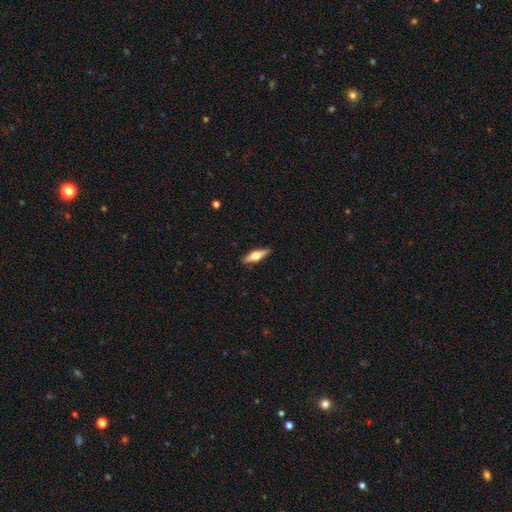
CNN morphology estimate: Smooth or featured: featured or disk — 51% (smooth — 43%)
Edge-on disk: yes — 92% (no — 8%)
Merging: none — 90% (minor disturbance — 8%)